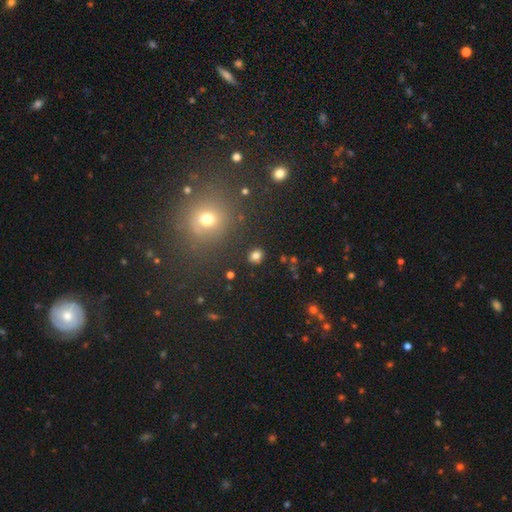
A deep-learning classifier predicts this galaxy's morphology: Overall: smooth (80%). How rounded: round (64%; in between 34%). Merging: none (87%).